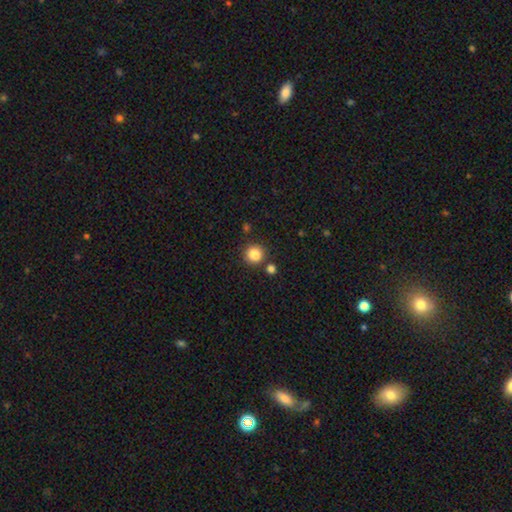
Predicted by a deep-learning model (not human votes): The model was most divided on "smooth or featured": smooth: 85%, star or artifact: 11%, featured or disk: 4%. More confident: how rounded — round (91%); merging — none (82%).